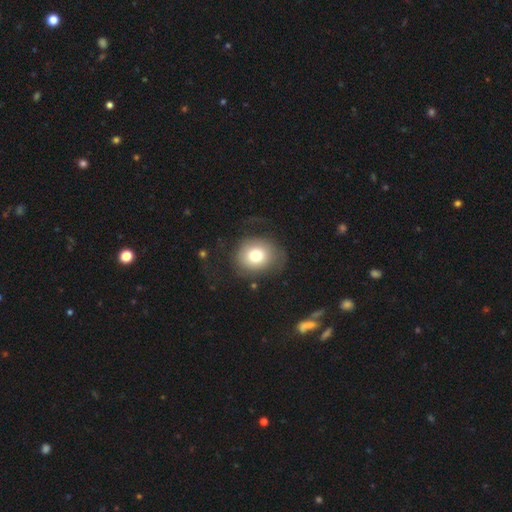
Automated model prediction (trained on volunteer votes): Q: Smooth or featured?
A: smooth (71%); runner-up: featured or disk (19%)
Q: How rounded?
A: round (73%); runner-up: in between (26%)
Q: Merging?
A: none (60%); runner-up: major disturbance (20%)